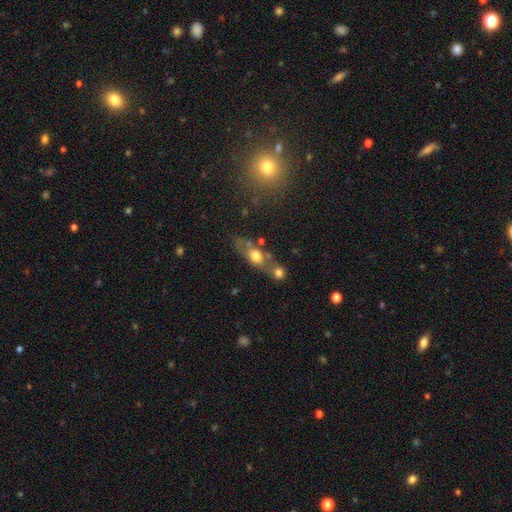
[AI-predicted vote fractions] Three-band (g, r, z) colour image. It shows a smooth galaxy with no disk features (52%) that is in between round and cigar-shaped (55%). Merging: none (45%).